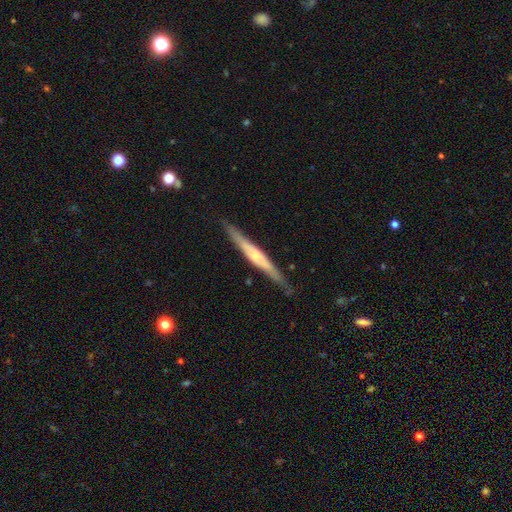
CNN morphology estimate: smooth-or-featured: featured or disk: 69% | smooth: 26% | star or artifact: 5%
  disk-edge-on: yes: 95% | no: 5%
    edge-on-bulge: rounded: 68% | none: 20% | boxy: 12%
  merging: none: 85% | minor disturbance: 11% | major disturbance: 2% | merger: 1%